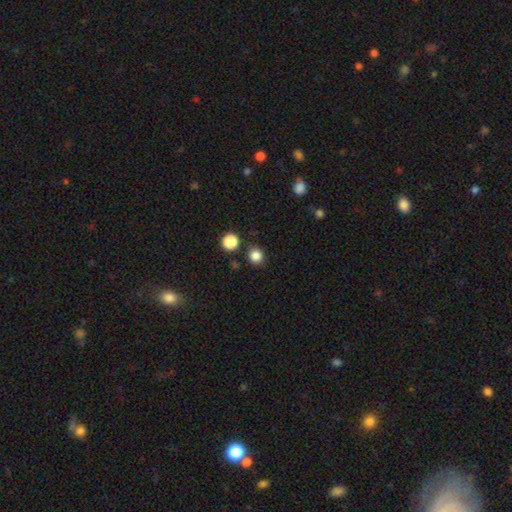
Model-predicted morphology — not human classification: Overall: smooth (84%). How rounded: round (90%). Merging: none (86%).